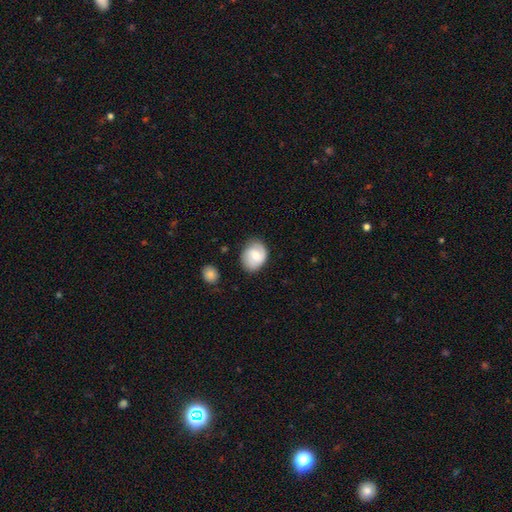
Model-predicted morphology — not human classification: A smooth galaxy with no disk features (51%) that is round (53%). Merging: none (75%).